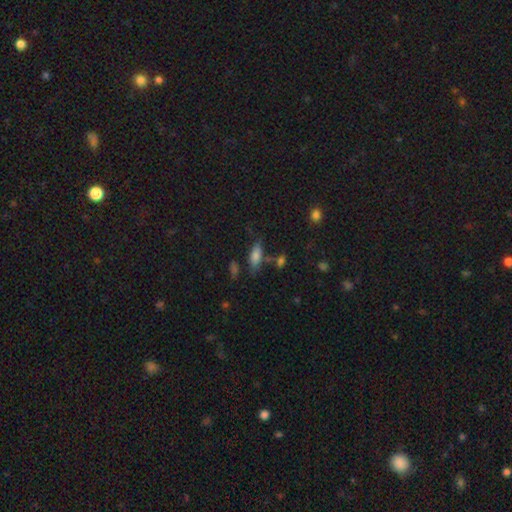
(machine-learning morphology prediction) A smooth galaxy with no disk features (75%) that is in between round and cigar-shaped (69%). Merging: none (59%).